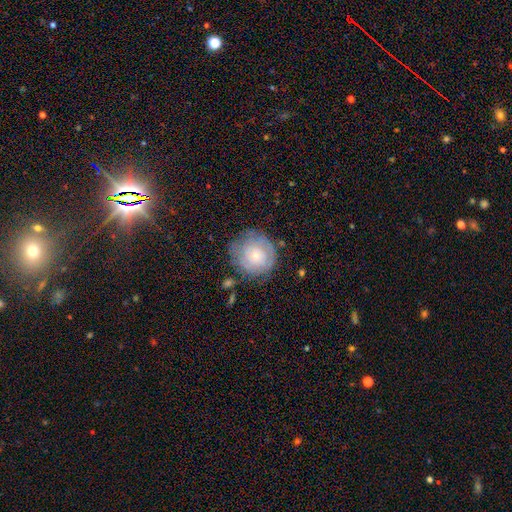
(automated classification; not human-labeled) smooth-or-featured: smooth: 46% (tied) | featured or disk: 46% (tied) | star or artifact: 8%
  merging: none: 70% | minor disturbance: 19% | major disturbance: 8% | merger: 2%